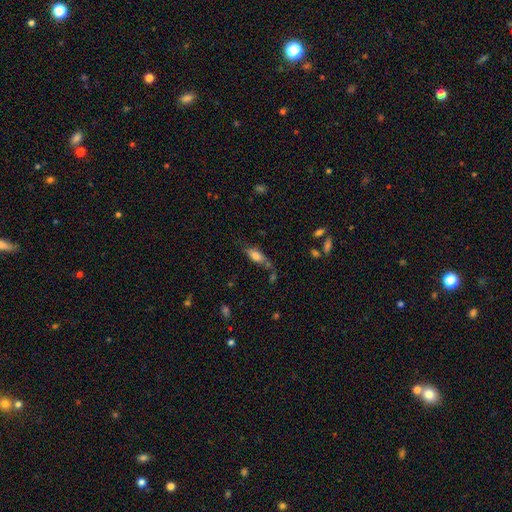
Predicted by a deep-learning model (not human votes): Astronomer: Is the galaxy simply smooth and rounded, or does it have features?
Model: smooth — 70%.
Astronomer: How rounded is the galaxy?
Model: in between — 73%.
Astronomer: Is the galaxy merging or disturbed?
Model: none — 51%.